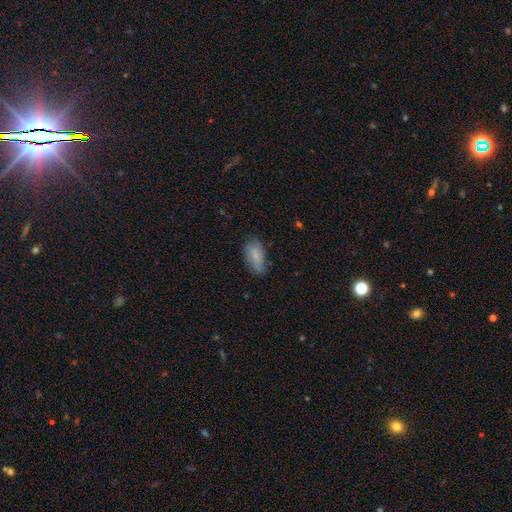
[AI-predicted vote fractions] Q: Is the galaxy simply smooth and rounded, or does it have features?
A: smooth — 83%.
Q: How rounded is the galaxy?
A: in between — 90%.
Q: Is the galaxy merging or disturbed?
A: none — 71%.